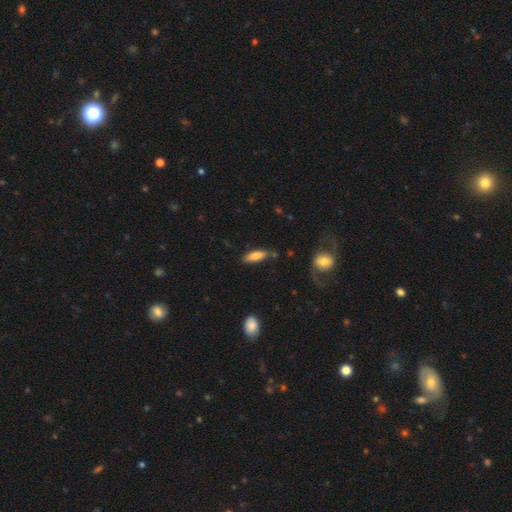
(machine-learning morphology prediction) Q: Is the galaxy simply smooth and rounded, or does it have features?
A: smooth — 77%.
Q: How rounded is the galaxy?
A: in between — 55%.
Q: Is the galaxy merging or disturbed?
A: none — 72%.